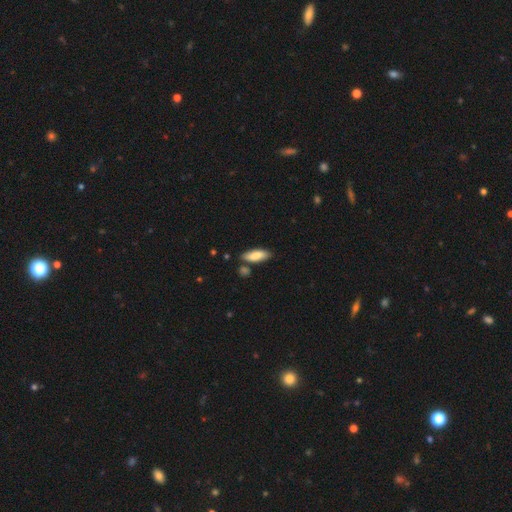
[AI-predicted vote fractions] A smooth galaxy with no disk features (83%) that is in between round and cigar-shaped (67%). Merging: none (76%).